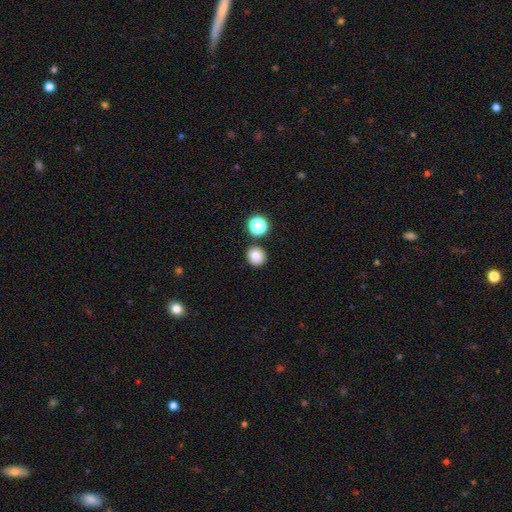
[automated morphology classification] Smooth or featured? Predicted: smooth (p=0.82). How rounded? Predicted: round (p=0.82). Merging? Predicted: none (p=0.84).